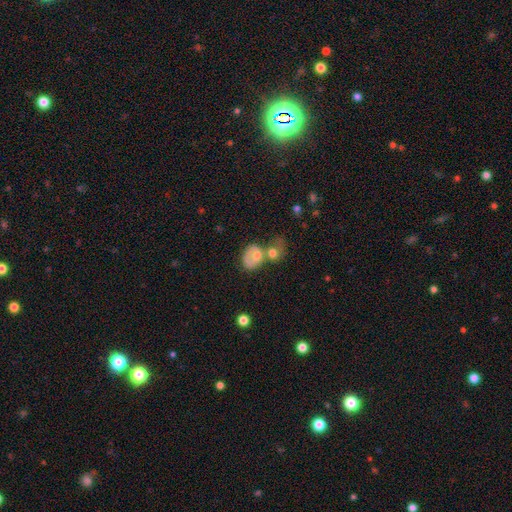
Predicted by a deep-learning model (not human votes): A smooth galaxy with no disk features (60%) that is in between round and cigar-shaped (65%). Merging: merger (54%).